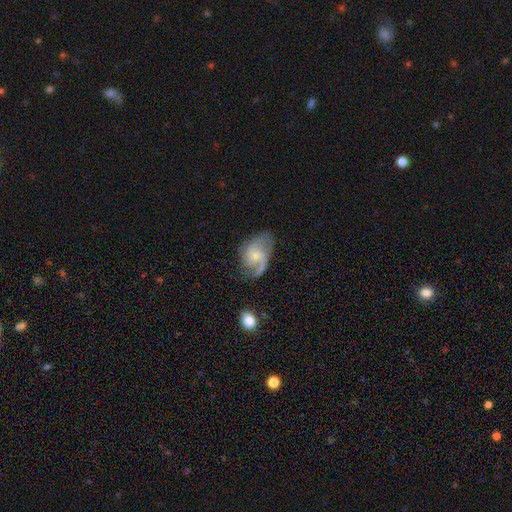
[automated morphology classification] This appears to be a featured or disk galaxy (68%) with no bar (69%), 2 (55%) medium (44%) spiral arms (89%) and a small central bulge (55%). Merging: none (50%).